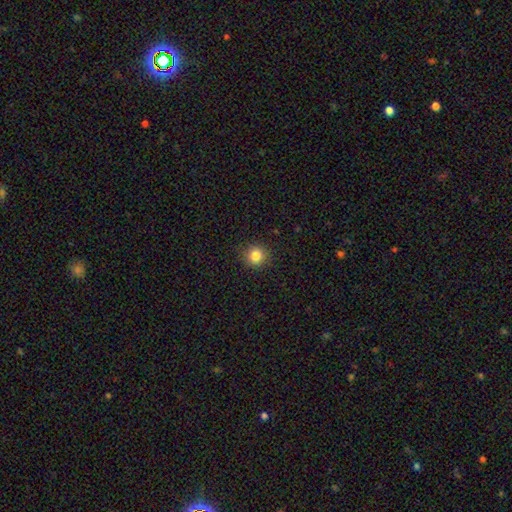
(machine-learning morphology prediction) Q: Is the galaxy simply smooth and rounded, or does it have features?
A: smooth — 84%.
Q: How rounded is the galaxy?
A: round — 93%.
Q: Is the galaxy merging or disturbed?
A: none — 90%.